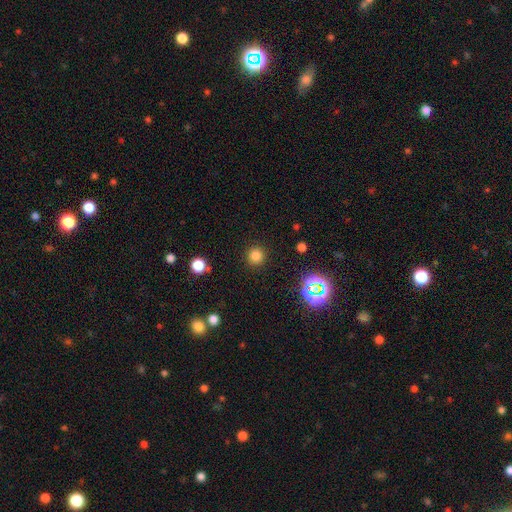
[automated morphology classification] The model was most divided on "smooth or featured": smooth: 79%, star or artifact: 17%, featured or disk: 5%. More confident: how rounded — round (94%); merging — none (91%).